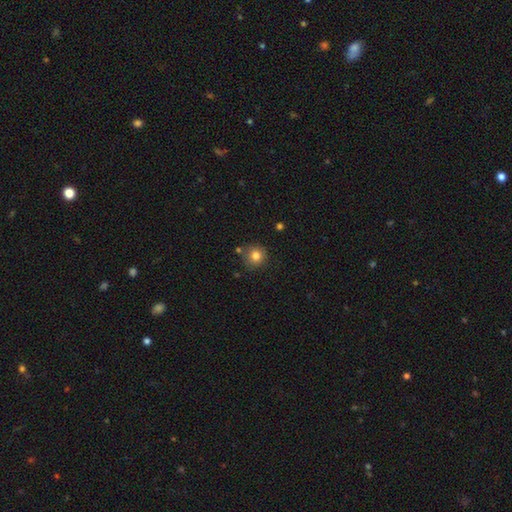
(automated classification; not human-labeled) A smooth galaxy with no disk features (81%) that is round (93%).

Vote fractions:
- Smooth or featured? smooth: 81% / star or artifact: 11% / featured or disk: 8%
- How rounded? round: 93% / in between: 6% / cigar-shaped: 1%
- Merging? none: 79% / minor disturbance: 12% / merger: 6% / major disturbance: 3%